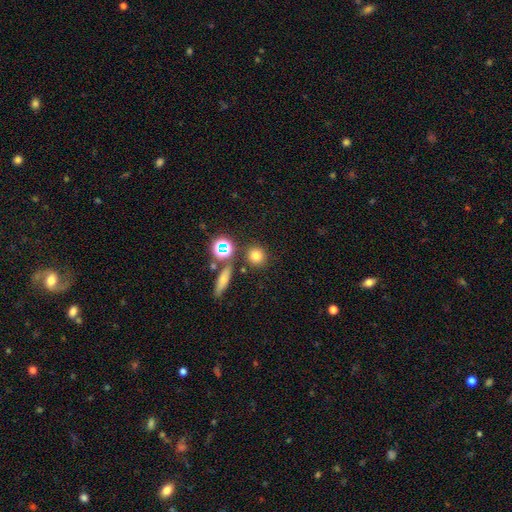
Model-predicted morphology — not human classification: type=smooth (73%); roundness=round (89%); merging=none (82%).